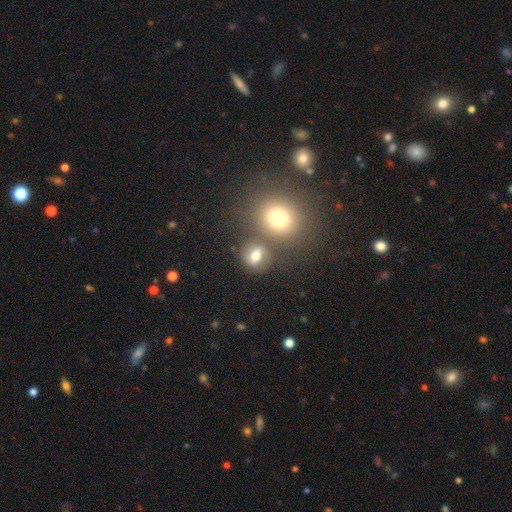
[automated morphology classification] This is likely a smooth galaxy (69%). How rounded: likely round (69%). Merging: likely none (63%).